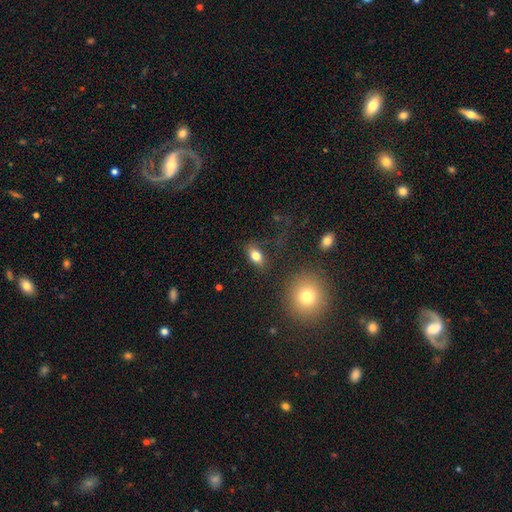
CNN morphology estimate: Smooth or featured? Predicted: smooth (p=0.79). How rounded? Predicted: in between (p=0.85). Merging? Predicted: none (p=0.79).